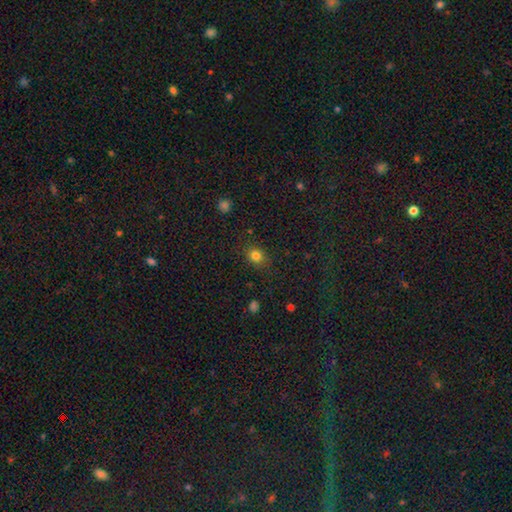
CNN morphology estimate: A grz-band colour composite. It shows a smooth galaxy with no disk features (80%) that is round (68%). Merging: none (84%).